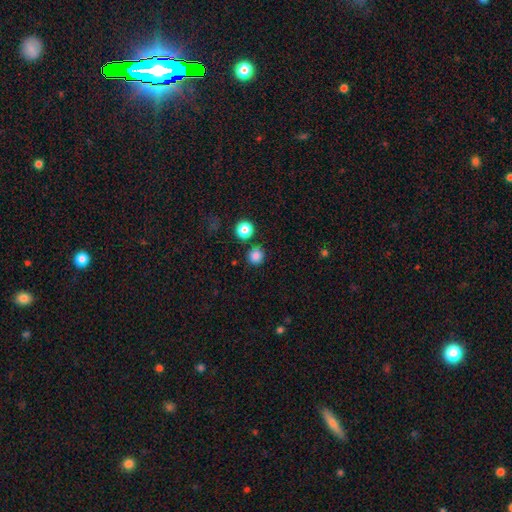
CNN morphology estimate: This appears to be a smooth galaxy with no disk features (83%) that is round (92%). Merging: none (84%).